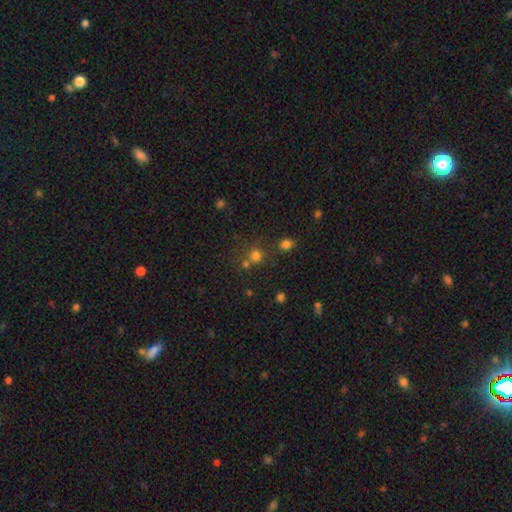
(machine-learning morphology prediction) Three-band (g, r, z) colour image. It shows a smooth galaxy with no disk features (72%) that is round (88%). Merging: none (61%).